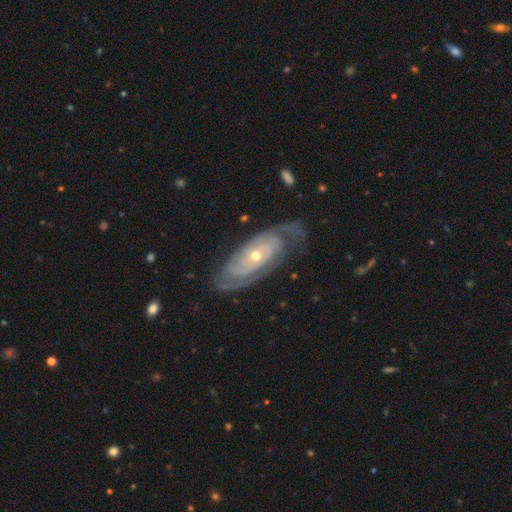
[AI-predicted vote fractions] Overall: featured or disk (88%). Edge-on disk: no (93%). Bar: no (77%). Spiral arms: yes (95%). Spiral arm count: 2 (50%; can't tell 26%). Spiral winding: tight (71%). Bulge size: small (55%; moderate 42%). Merging: none (71%).